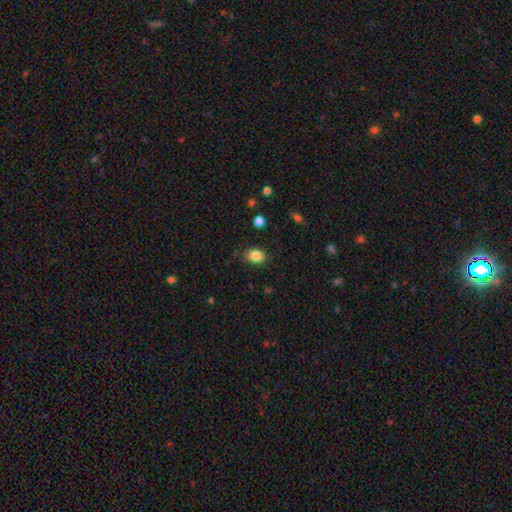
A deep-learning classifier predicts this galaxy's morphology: A smooth galaxy with no disk features (85%) that is in between round and cigar-shaped (69%).

Vote fractions:
- Smooth or featured? smooth: 85% / star or artifact: 9% / featured or disk: 6%
- How rounded? in between: 69% / round: 30% / cigar-shaped: 1%
- Merging? none: 83% / minor disturbance: 12% / major disturbance: 3% / merger: 1%